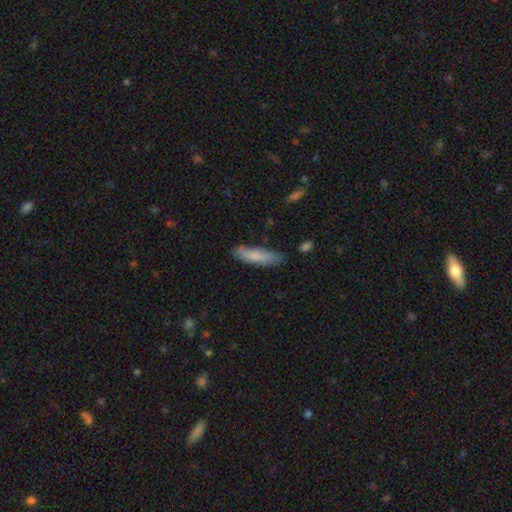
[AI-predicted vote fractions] Smooth or featured: smooth — 77% (featured or disk — 17%)
How rounded: cigar-shaped — 70% (in between — 29%)
Merging: none — 77% (minor disturbance — 18%)